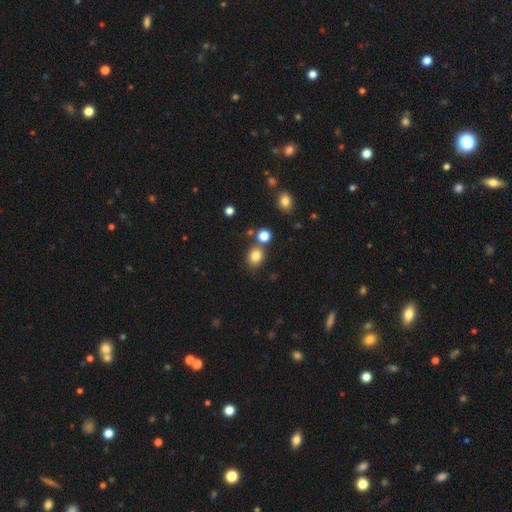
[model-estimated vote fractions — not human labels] The model was most divided on "how rounded": round: 68%, in between: 31%, cigar-shaped: 1%. More confident: smooth or featured — smooth (82%); merging — none (72%).